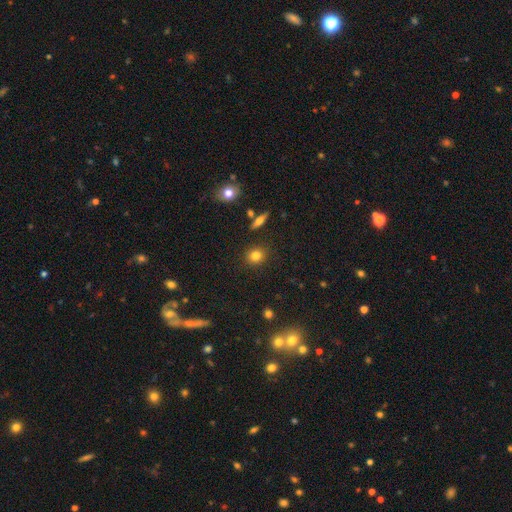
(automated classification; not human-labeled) smooth_or_featured: smooth (p=0.81) [alt: star or artifact p=0.11]
how_rounded: round (p=0.81) [alt: in between p=0.17]
merging: none (p=0.88) [alt: minor disturbance p=0.07]